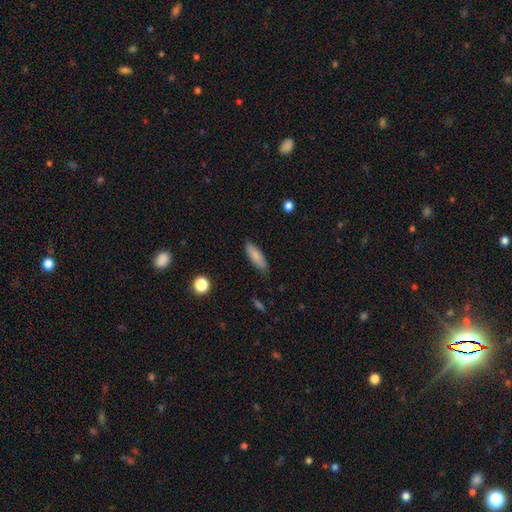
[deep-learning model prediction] Smooth or featured?
  - smooth: 83% *
  - featured or disk: 10%
  - star or artifact: 7%
How rounded?
  - cigar-shaped: 54% *
  - in between: 44%
  - round: 2%
Merging?
  - none: 85% *
  - minor disturbance: 12%
  - major disturbance: 2%
  - merger: 1%